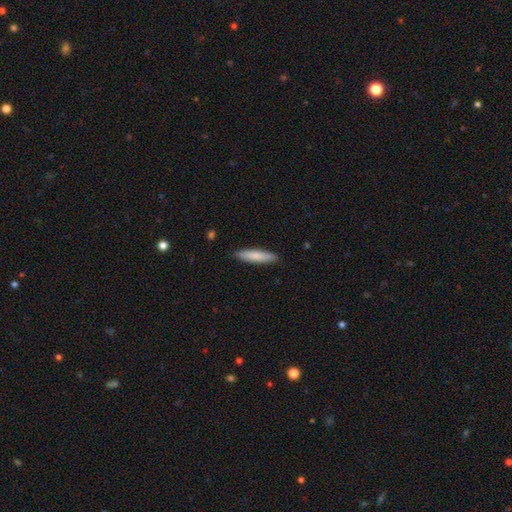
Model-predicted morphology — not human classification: smooth 80%, featured or disk 15%, star or artifact 5%. Down the decision tree: how rounded — cigar-shaped (86%); merging — none (90%).